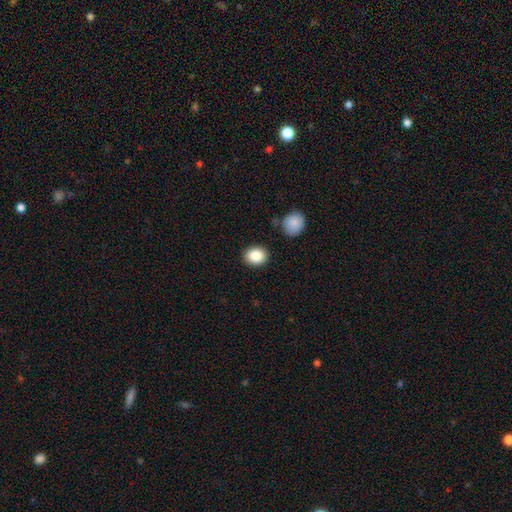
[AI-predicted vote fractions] Overall: smooth (88%). How rounded: round (58%; in between 41%). Merging: none (87%).